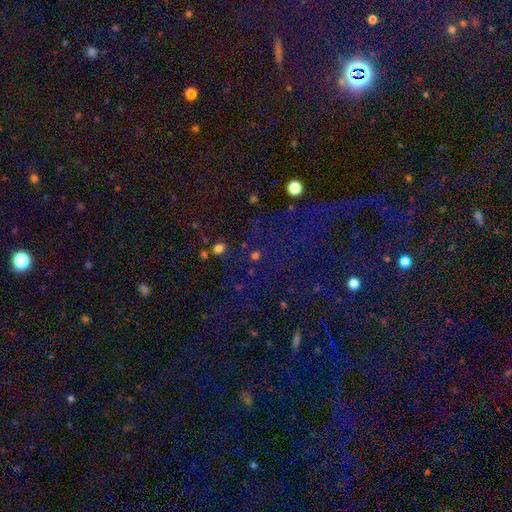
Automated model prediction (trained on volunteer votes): smooth_or_featured: star or artifact (p=0.64) [alt: smooth p=0.26]